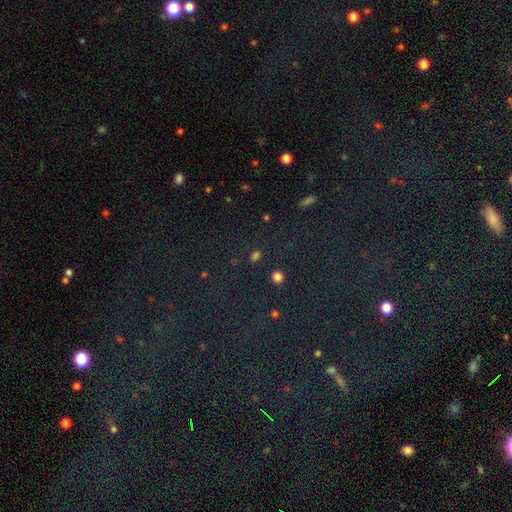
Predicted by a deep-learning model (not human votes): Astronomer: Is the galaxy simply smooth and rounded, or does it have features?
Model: star or artifact — 76%.